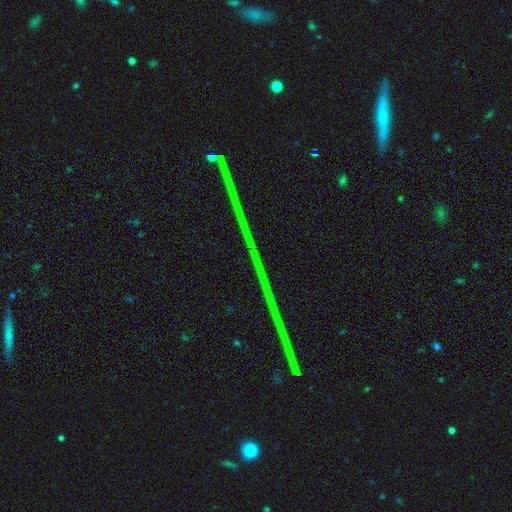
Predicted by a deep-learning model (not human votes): Q: Smooth or featured?
A: star or artifact (85%); runner-up: featured or disk (8%)